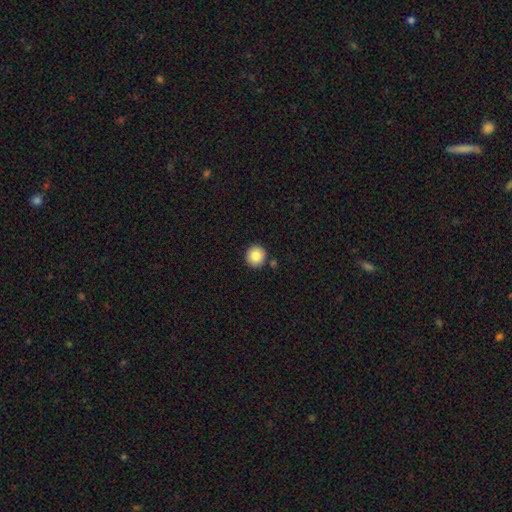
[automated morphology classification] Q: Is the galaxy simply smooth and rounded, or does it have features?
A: smooth — 85%.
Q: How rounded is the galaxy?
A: round — 93%.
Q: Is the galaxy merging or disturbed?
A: none — 87%.